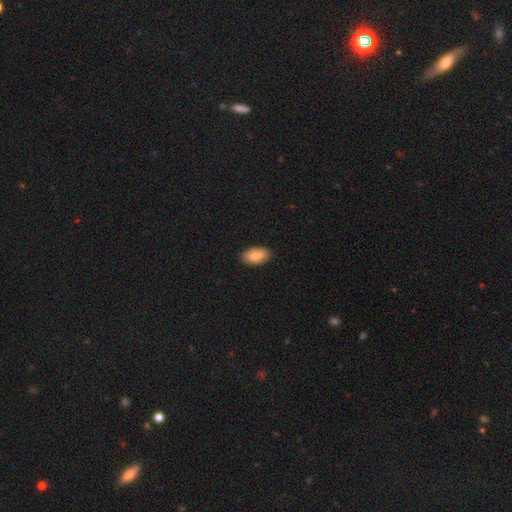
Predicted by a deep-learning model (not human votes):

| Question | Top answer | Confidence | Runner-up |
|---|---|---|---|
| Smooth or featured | smooth | 87% | featured or disk (7%) |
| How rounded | in between | 94% | round (4%) |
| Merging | none | 86% | minor disturbance (11%) |